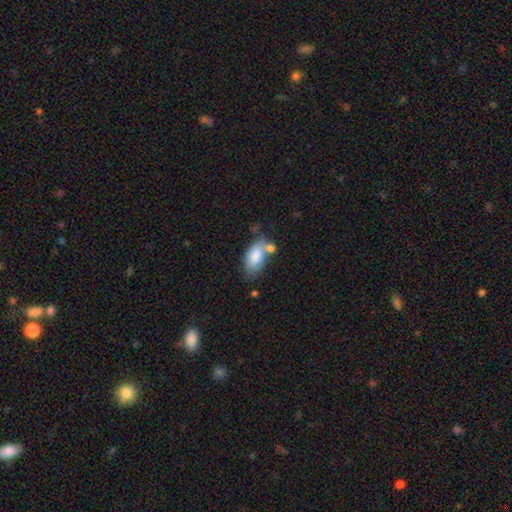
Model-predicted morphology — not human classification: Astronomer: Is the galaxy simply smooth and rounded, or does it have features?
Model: smooth — 82%.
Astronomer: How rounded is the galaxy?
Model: in between — 92%.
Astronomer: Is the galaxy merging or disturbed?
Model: none — 45% (runner-up: merger, 27%).